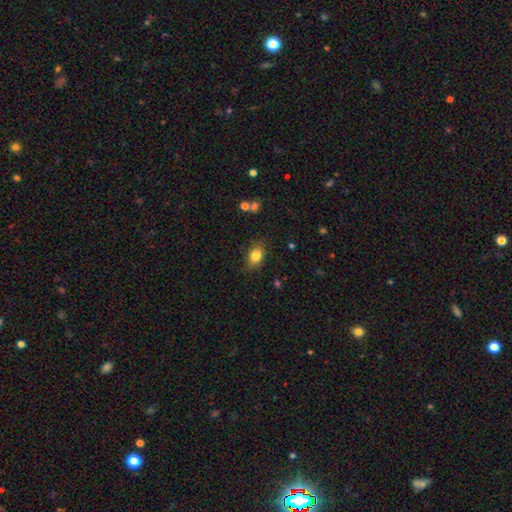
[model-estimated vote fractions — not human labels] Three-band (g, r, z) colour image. It shows a smooth galaxy with no disk features (82%) that is in between round and cigar-shaped (74%). Merging: none (77%).